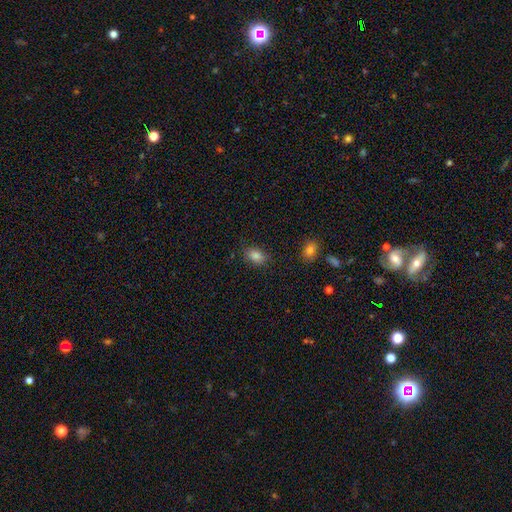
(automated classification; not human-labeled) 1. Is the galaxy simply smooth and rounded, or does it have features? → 84% smooth, 10% star or artifact, 6% featured or disk.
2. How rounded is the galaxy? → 77% in between, 21% round, 1% cigar-shaped.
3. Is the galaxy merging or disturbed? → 83% none, 12% minor disturbance, 3% major disturbance, 2% merger.